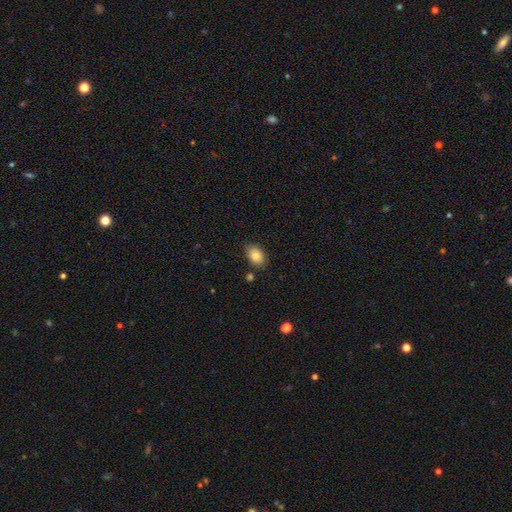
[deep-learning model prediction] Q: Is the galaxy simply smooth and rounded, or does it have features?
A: smooth — 81%.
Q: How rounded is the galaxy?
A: in between — 81%.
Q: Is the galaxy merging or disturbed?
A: none — 81%.